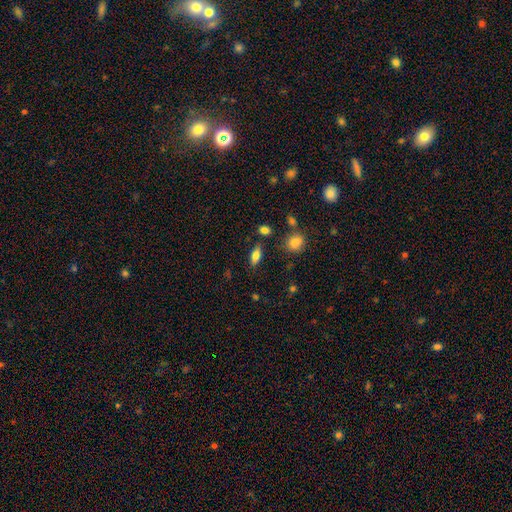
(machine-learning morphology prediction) Q: Smooth or featured?
A: smooth (72%); runner-up: featured or disk (19%)
Q: How rounded?
A: in between (80%); runner-up: cigar-shaped (15%)
Q: Merging?
A: none (81%); runner-up: minor disturbance (11%)